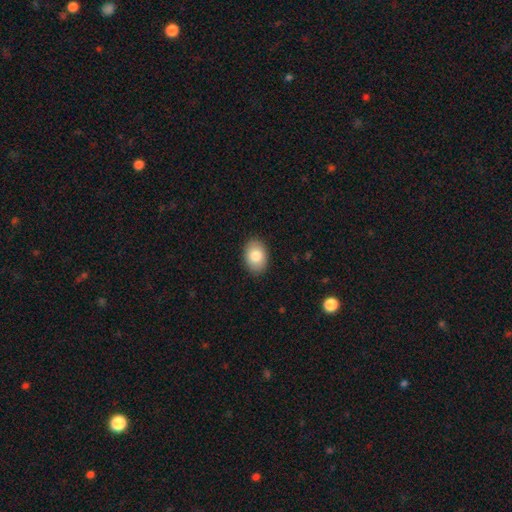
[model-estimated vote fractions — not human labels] smooth_or_featured: smooth (p=0.84) [alt: featured or disk p=0.10]
how_rounded: in between (p=0.81) [alt: round p=0.18]
merging: none (p=0.89) [alt: minor disturbance p=0.09]